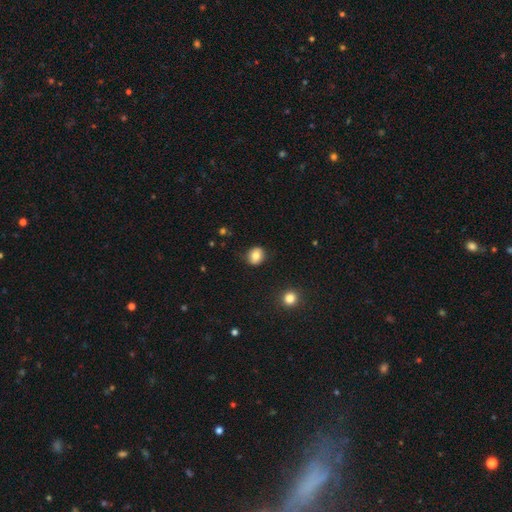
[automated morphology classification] type=smooth (81%); roundness=round (67%); merging=none (83%).